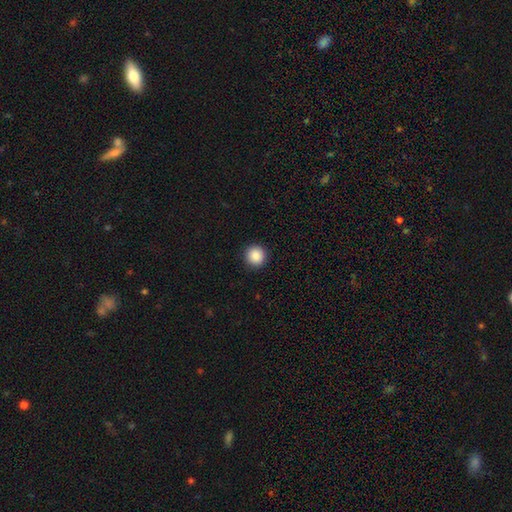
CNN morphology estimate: A smooth galaxy with no disk features (88%) that is round (95%). Merging: none (93%).